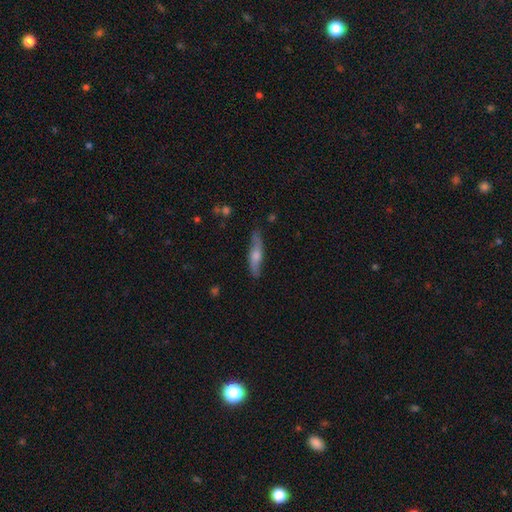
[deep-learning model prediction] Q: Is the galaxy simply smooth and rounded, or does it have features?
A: featured or disk — 48%.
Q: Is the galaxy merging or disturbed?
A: none — 79%.